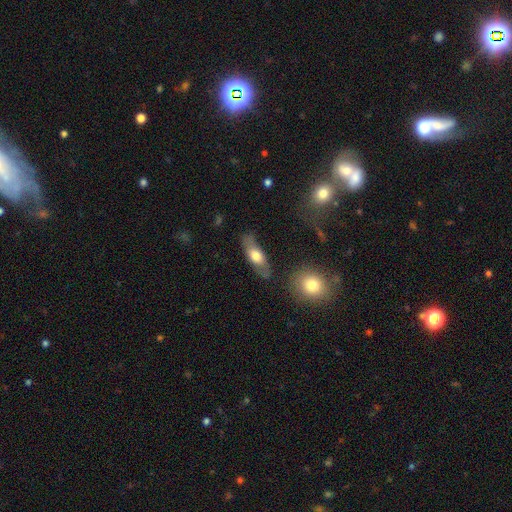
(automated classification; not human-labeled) smooth_or_featured: smooth (p=0.58) [alt: featured or disk p=0.35]
how_rounded: in between (p=0.67) [alt: cigar-shaped p=0.29]
merging: none (p=0.73) [alt: minor disturbance p=0.18]